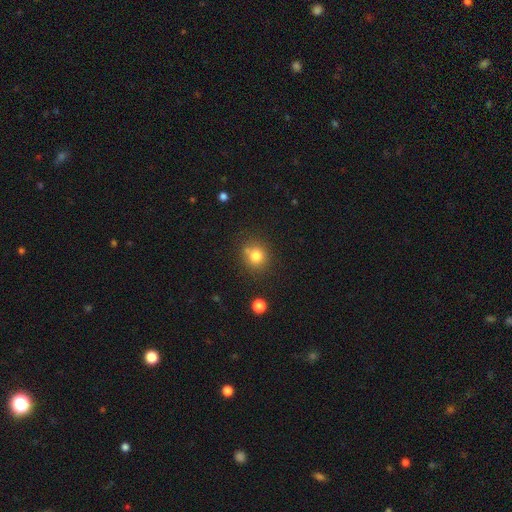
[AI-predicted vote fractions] Morphology: type=smooth (80%); roundness=round (85%); merging=none (72%).